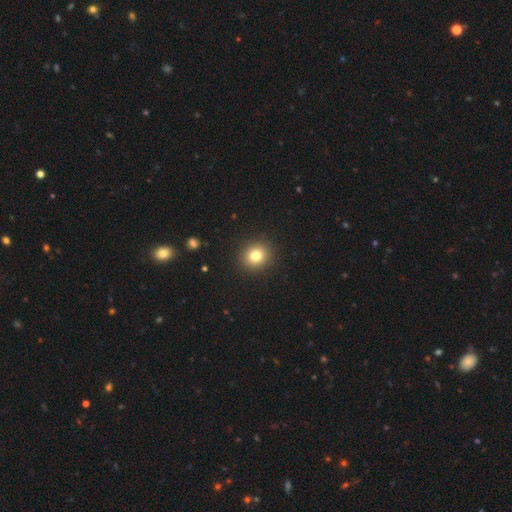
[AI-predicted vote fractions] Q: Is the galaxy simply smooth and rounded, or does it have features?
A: smooth — 80%.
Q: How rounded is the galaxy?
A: round — 83%.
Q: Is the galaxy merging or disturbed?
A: none — 91%.